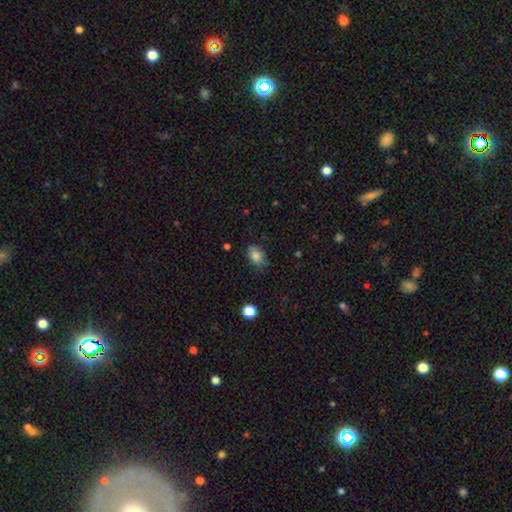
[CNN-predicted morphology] This appears to be a smooth galaxy with no disk features (82%) that is in between round and cigar-shaped (80%). Merging: none (72%).